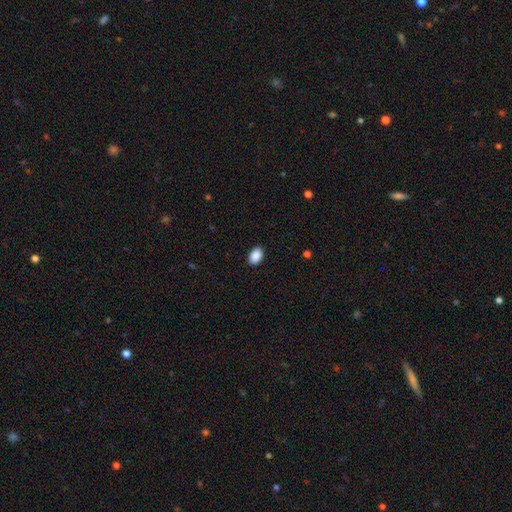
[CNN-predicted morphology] The model was most divided on "how rounded": in between: 88%, round: 11%, cigar-shaped: 1%. More confident: smooth or featured — smooth (90%); merging — none (90%).